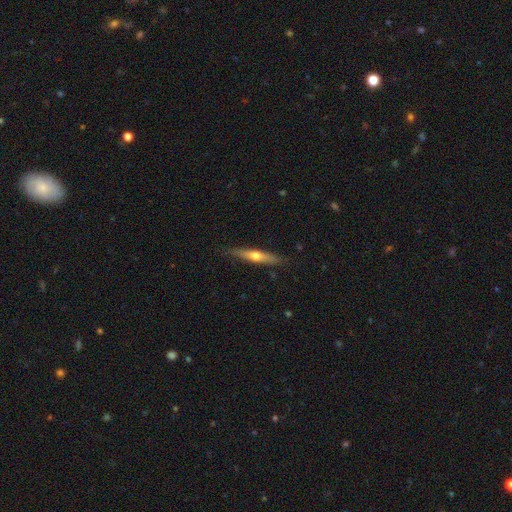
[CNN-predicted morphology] Smooth or featured? Predicted: featured or disk (p=0.54). Edge-on disk? Predicted: yes (p=0.92). Merging? Predicted: none (p=0.85).